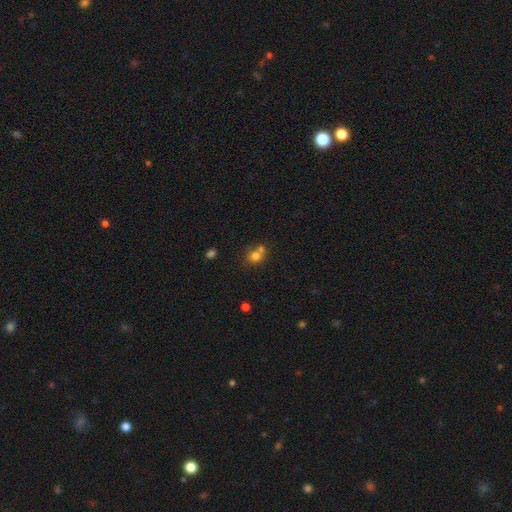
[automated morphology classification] Smooth or featured: smooth — 75% (star or artifact — 14%)
How rounded: round — 78% (in between — 21%)
Merging: none — 45% (merger — 43%)